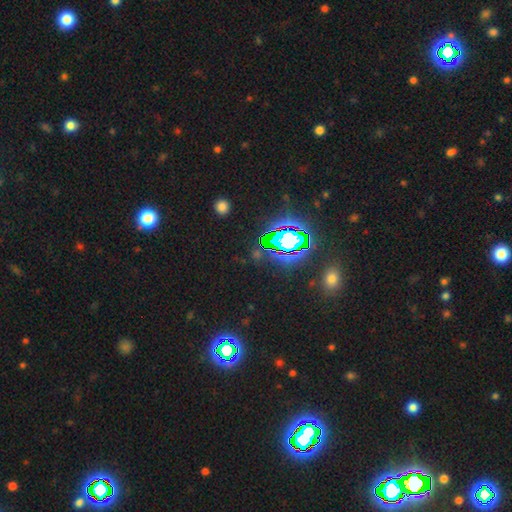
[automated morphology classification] A star or artifact, not a galaxy (78%).

Vote fractions:
- Smooth or featured? star or artifact: 78% / smooth: 13% / featured or disk: 9%